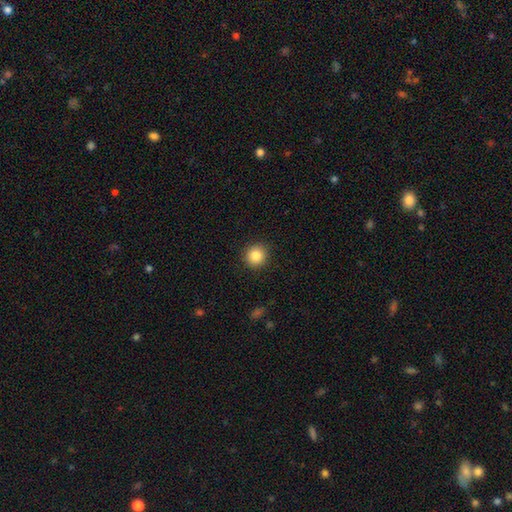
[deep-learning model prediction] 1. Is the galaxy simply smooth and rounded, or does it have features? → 85% smooth, 10% star or artifact, 5% featured or disk.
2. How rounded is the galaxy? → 92% round, 7% in between, 1% cigar-shaped.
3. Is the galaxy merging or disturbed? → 91% none, 6% minor disturbance, 2% major disturbance, 1% merger.